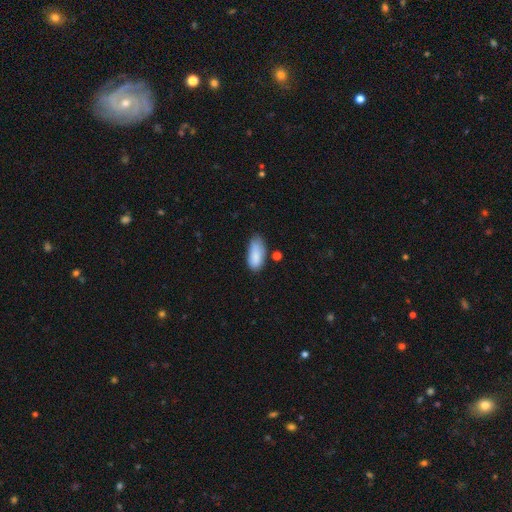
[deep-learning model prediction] smooth 85%, featured or disk 8%, star or artifact 7%. Down the decision tree: how rounded — in between (87%); merging — none (56%).